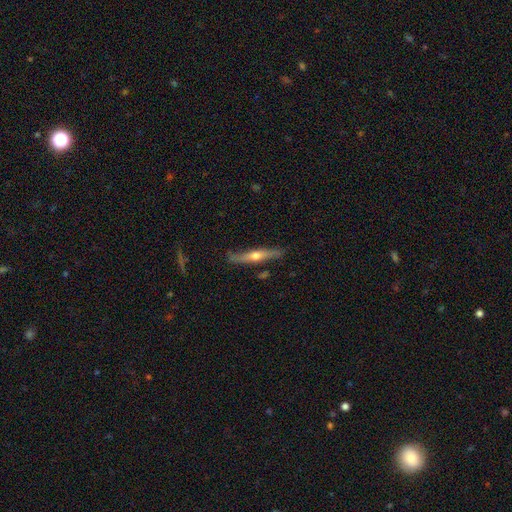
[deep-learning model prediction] featured or disk 62%, smooth 33%, star or artifact 5%. Down the decision tree: edge-on disk — yes (94%); edge-on bulge — rounded (90%); merging — none (81%).